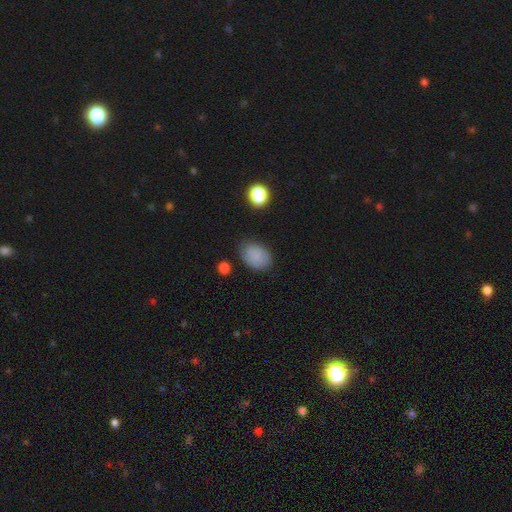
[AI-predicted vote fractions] This appears to be a smooth galaxy with no disk features (86%) that is in between round and cigar-shaped (84%). Merging: none (76%).